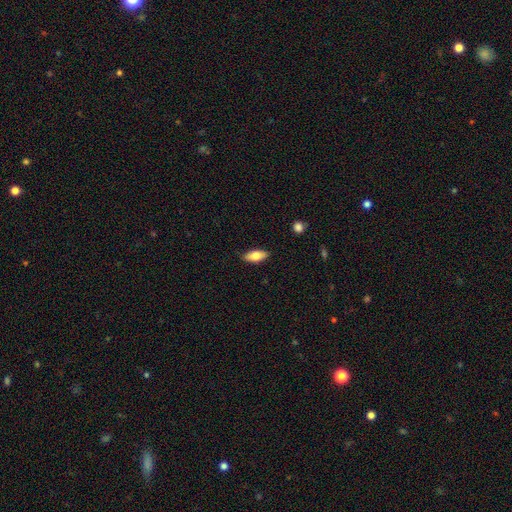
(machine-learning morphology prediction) Smooth or featured? Predicted: smooth (p=0.76). How rounded? Predicted: in between (p=0.84). Merging? Predicted: none (p=0.87).